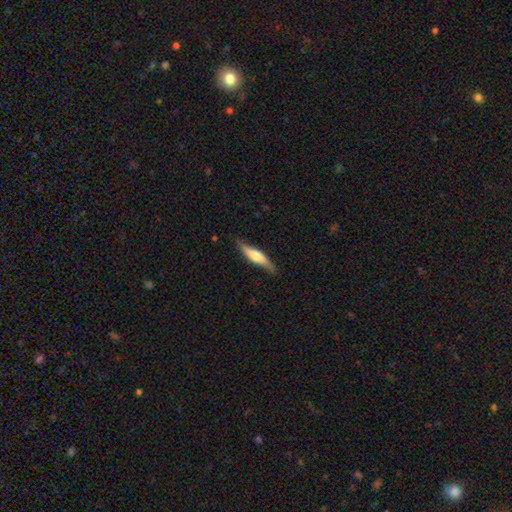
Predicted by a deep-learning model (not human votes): smooth 51%, featured or disk 44%, star or artifact 5%. Down the decision tree: how rounded — cigar-shaped (77%); merging — none (80%).